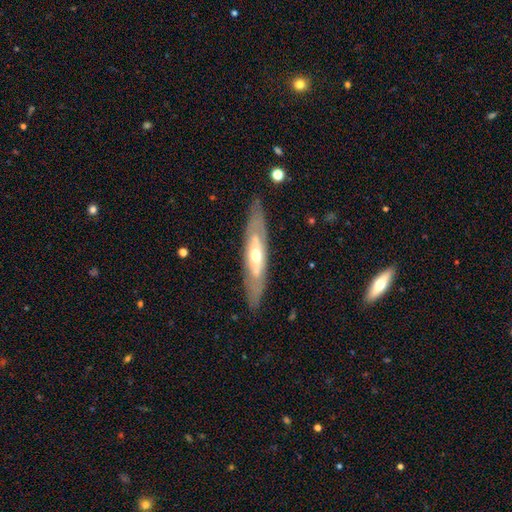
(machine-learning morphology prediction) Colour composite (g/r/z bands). It shows a featured or disk galaxy (66%). Merging: none (83%).